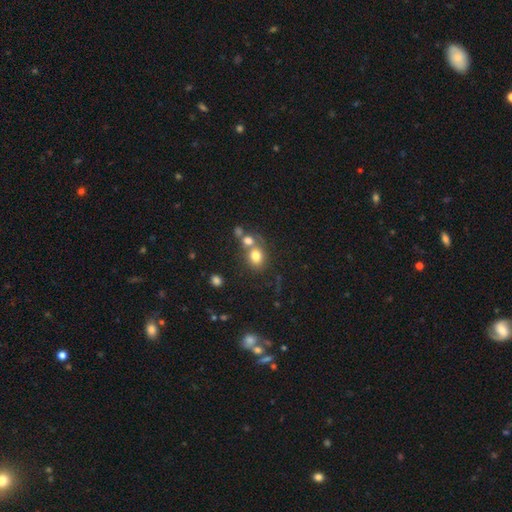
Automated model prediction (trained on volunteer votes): The model was most divided on "merging": merger: 43%, none: 41%, minor disturbance: 10%, major disturbance: 5%. More confident: smooth or featured — smooth (76%); how rounded — round (58%).